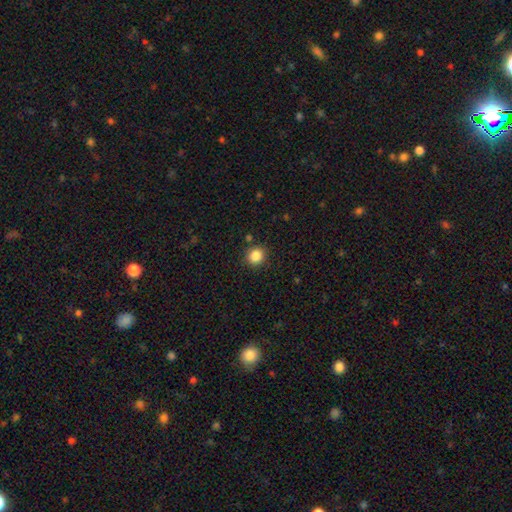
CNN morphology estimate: This is clearly a smooth galaxy (85%). How rounded: clearly round (88%). Merging: clearly none (89%).